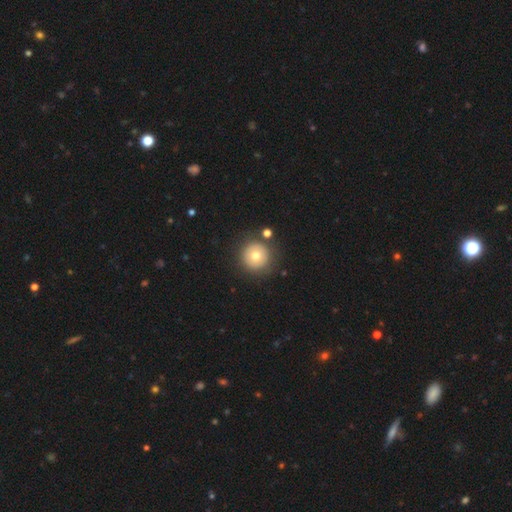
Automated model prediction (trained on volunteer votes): Smooth or featured?
  - smooth: 70% *
  - featured or disk: 20%
  - star or artifact: 10%
How rounded?
  - round: 96% *
  - in between: 3%
  - cigar-shaped: 1%
Merging?
  - none: 84% *
  - minor disturbance: 8%
  - merger: 4%
  - major disturbance: 4%